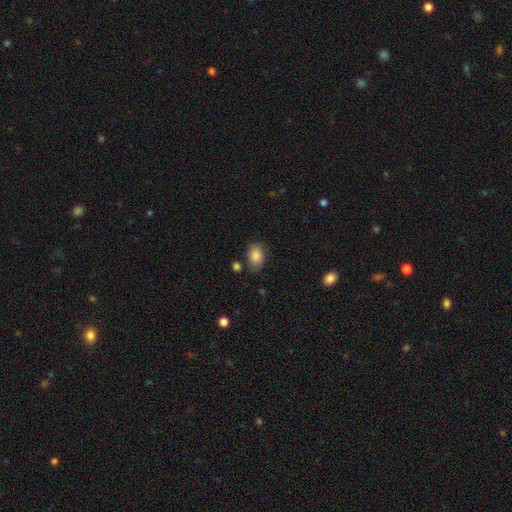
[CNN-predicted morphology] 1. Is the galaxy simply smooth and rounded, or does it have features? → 86% smooth, 8% star or artifact, 6% featured or disk.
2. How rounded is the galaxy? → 82% in between, 17% round, 1% cigar-shaped.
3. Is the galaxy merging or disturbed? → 74% none, 18% minor disturbance, 4% major disturbance, 4% merger.